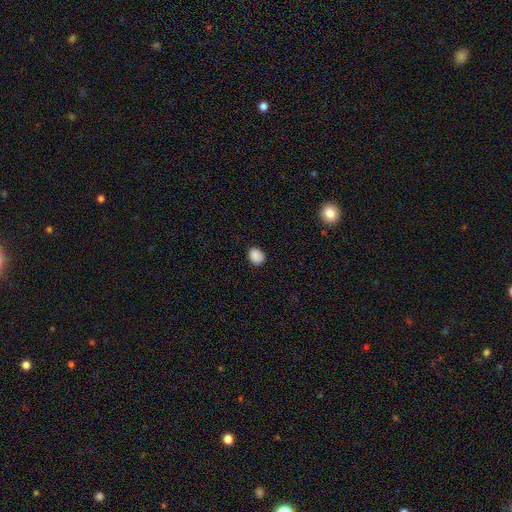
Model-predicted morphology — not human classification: type=smooth (88%); roundness=round (62%); merging=none (85%).